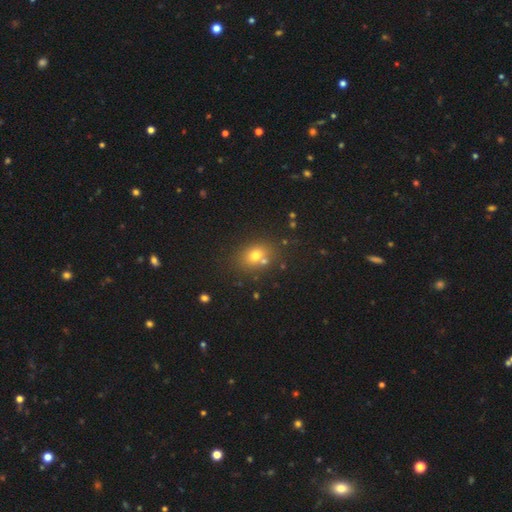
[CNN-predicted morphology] type=smooth (71%); roundness=round (50%); merging=none (67%).